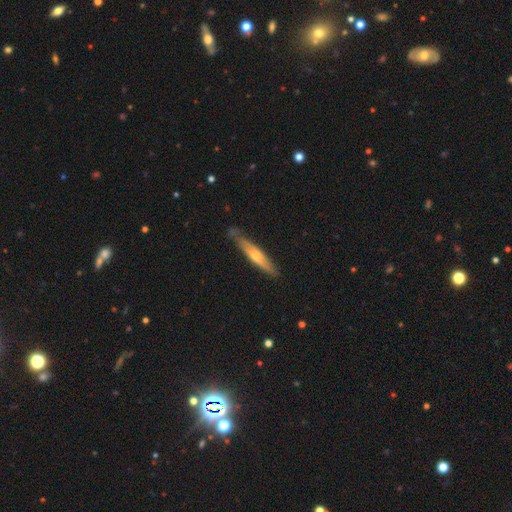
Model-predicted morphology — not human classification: smooth-or-featured: featured or disk: 50% | smooth: 44% | star or artifact: 6%
  merging: none: 77% | minor disturbance: 17% | major disturbance: 3% | merger: 3%